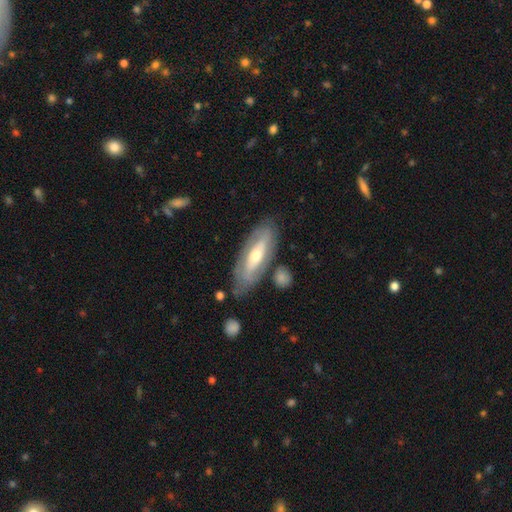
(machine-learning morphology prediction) type=featured or disk (67%); edge-on=no (73%); merging=none (75%).